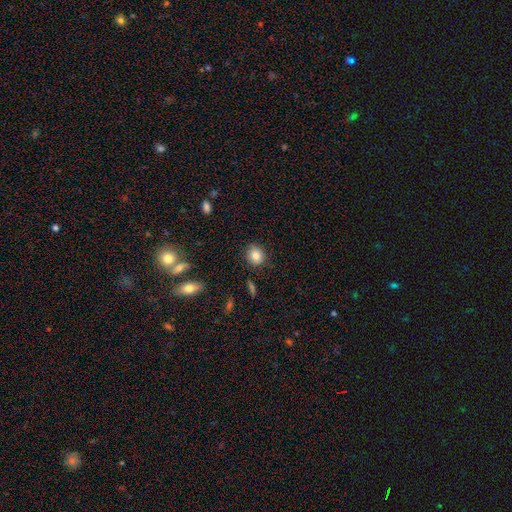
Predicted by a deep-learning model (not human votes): smooth_or_featured: smooth (p=0.82) [alt: star or artifact p=0.10]
how_rounded: round (p=0.72) [alt: in between p=0.27]
merging: none (p=0.86) [alt: minor disturbance p=0.10]